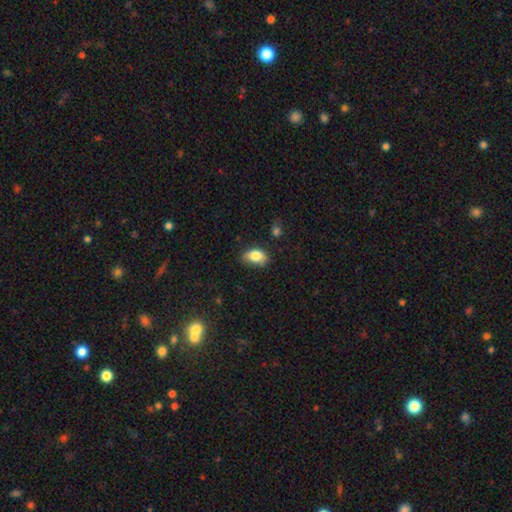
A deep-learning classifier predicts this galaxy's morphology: The model was most divided on "merging": none: 59%, minor disturbance: 31%, major disturbance: 7%, merger: 3%. More confident: how rounded — in between (86%); smooth or featured — smooth (82%).